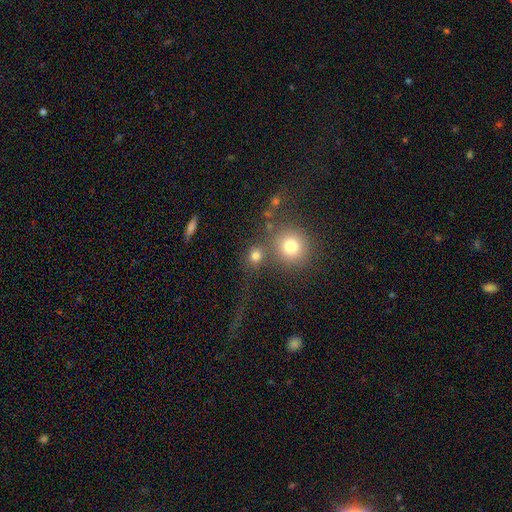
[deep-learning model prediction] Smooth or featured? Predicted: smooth (p=0.78). How rounded? Predicted: round (p=0.84). Merging? Predicted: none (p=0.59).